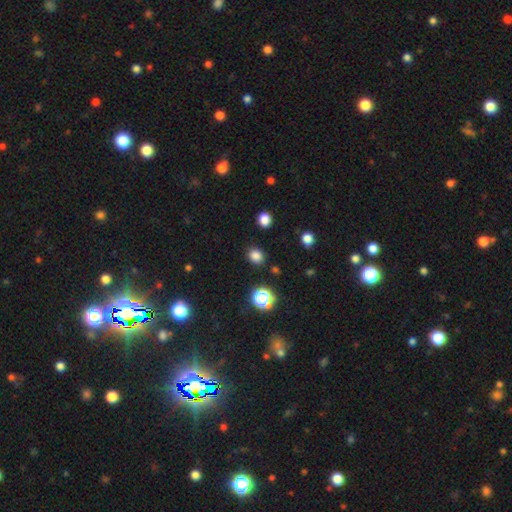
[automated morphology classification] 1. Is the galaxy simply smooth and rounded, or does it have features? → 81% smooth, 15% star or artifact, 4% featured or disk.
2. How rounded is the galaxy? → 66% round, 33% in between, 1% cigar-shaped.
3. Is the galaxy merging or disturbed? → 87% none, 8% minor disturbance, 3% major disturbance, 2% merger.